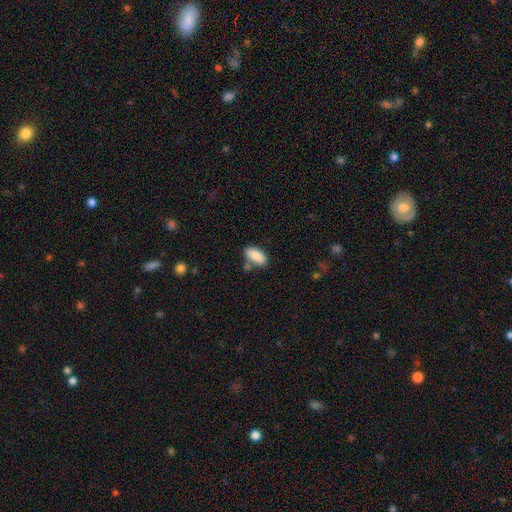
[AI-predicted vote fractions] Smooth or featured? smooth (88%)
How rounded? in between (91%)
Merging? none (72%)